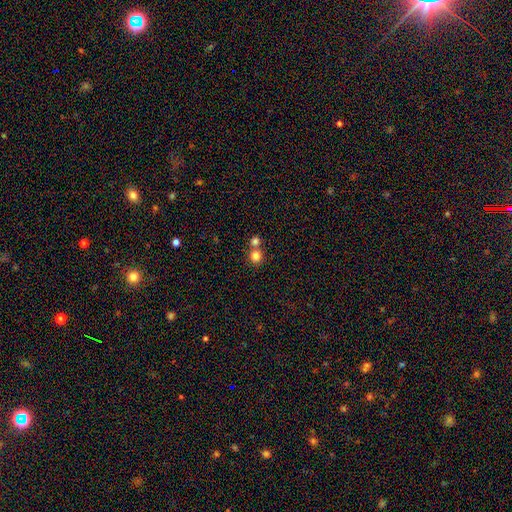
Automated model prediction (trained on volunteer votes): This appears to be a smooth galaxy with no disk features (81%) that is round (89%). Merging: none (54%).